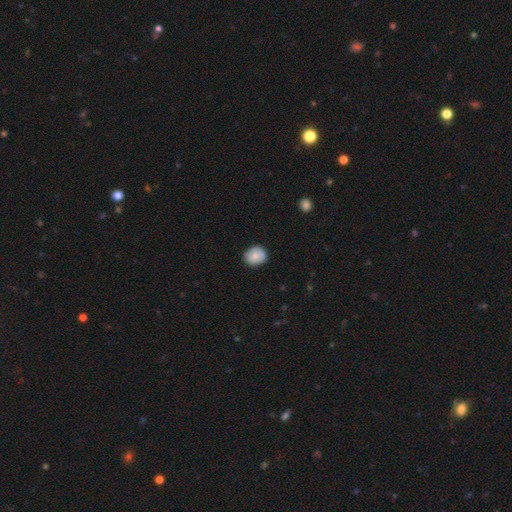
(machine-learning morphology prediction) Smooth or featured?
  - smooth: 78% *
  - featured or disk: 15%
  - star or artifact: 7%
How rounded?
  - round: 62% *
  - in between: 37%
  - cigar-shaped: 1%
Merging?
  - none: 81% *
  - minor disturbance: 16%
  - major disturbance: 3%
  - merger: 1%